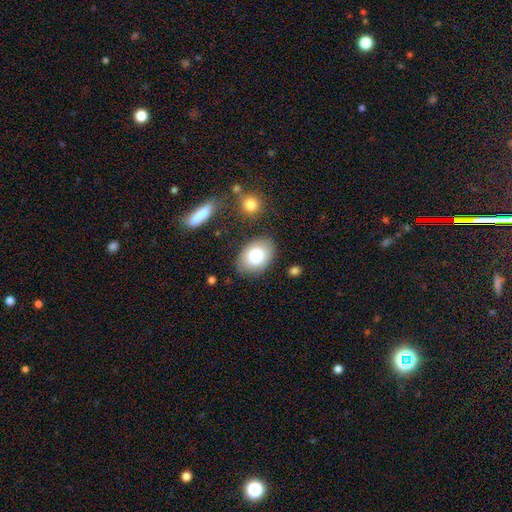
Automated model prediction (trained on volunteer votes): Smooth or featured? Predicted: smooth (p=0.80). How rounded? Predicted: in between (p=0.82). Merging? Predicted: none (p=0.82).